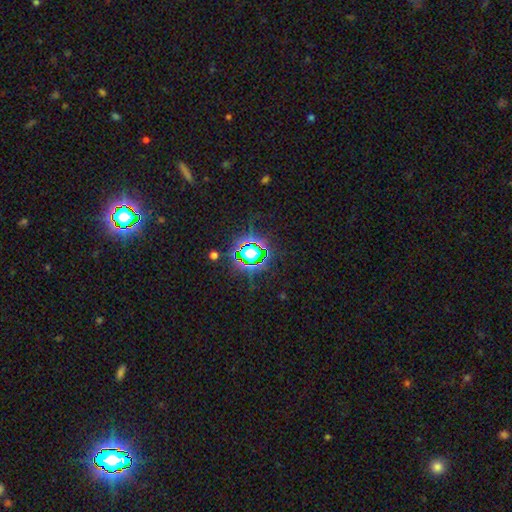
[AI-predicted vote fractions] This is likely a star or artifact rather than a galaxy (72%).